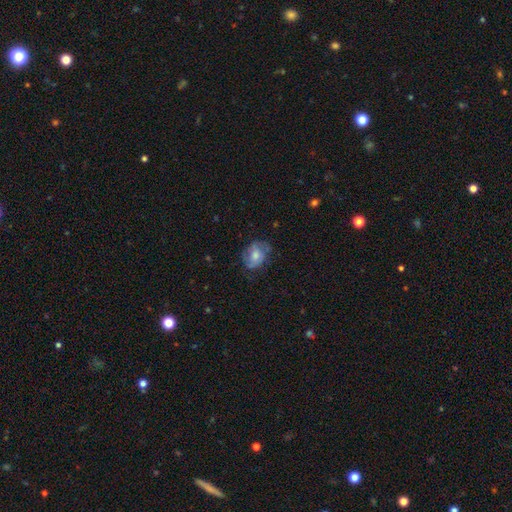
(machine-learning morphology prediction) Smooth or featured? Predicted: smooth (p=0.50). How rounded? Predicted: in between (p=0.61). Merging? Predicted: none (p=0.61).